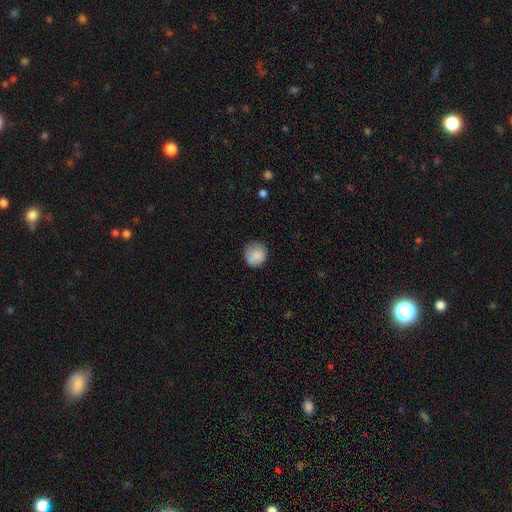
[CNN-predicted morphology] A smooth galaxy with no disk features (83%) that is round (88%).

Vote fractions:
- Smooth or featured? smooth: 83% / featured or disk: 9% / star or artifact: 8%
- How rounded? round: 88% / in between: 11% / cigar-shaped: 1%
- Merging? none: 74% / minor disturbance: 18% / major disturbance: 5% / merger: 2%